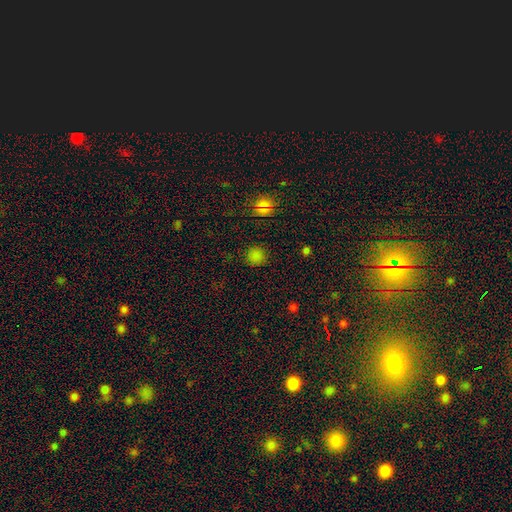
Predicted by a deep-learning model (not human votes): Smooth or featured?
  - smooth: 74% *
  - star or artifact: 22%
  - featured or disk: 4%
How rounded?
  - round: 93% *
  - in between: 6%
  - cigar-shaped: 1%
Merging?
  - none: 88% *
  - minor disturbance: 7%
  - major disturbance: 3%
  - merger: 1%